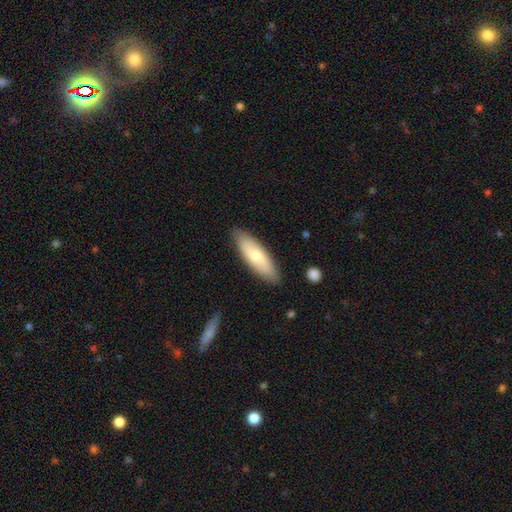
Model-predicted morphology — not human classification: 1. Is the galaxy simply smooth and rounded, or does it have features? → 64% smooth, 31% featured or disk, 5% star or artifact.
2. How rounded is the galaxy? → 52% in between, 46% cigar-shaped, 2% round.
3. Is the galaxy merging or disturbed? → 87% none, 10% minor disturbance, 2% major disturbance, 1% merger.